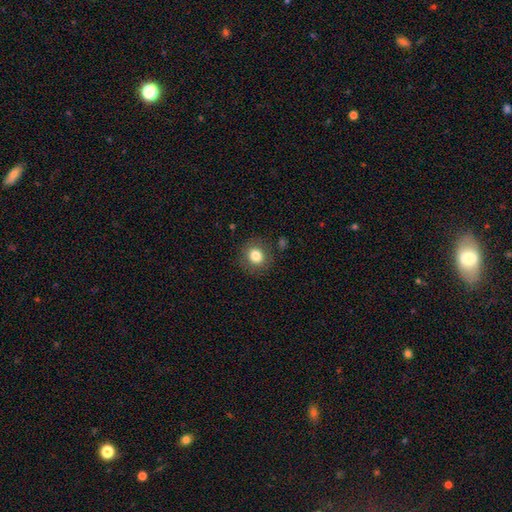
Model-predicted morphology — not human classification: smooth-or-featured: smooth: 82% | star or artifact: 10% | featured or disk: 8%
  how-rounded: round: 79% | in between: 20% | cigar-shaped: 1%
  merging: none: 85% | minor disturbance: 10% | major disturbance: 3% | merger: 2%